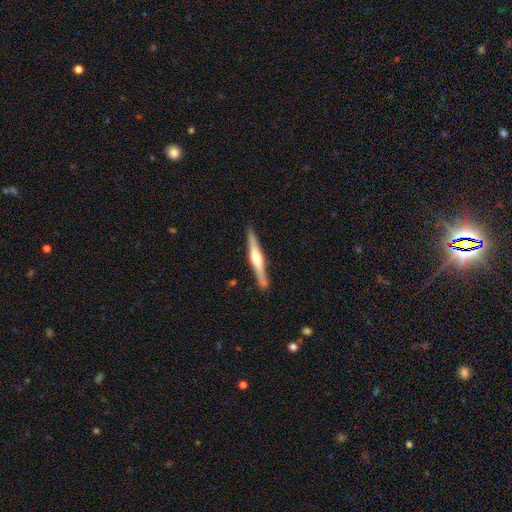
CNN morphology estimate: type=featured or disk (70%); edge-on=yes (98%); edge-on bulge=rounded (84%); merging=none (89%).